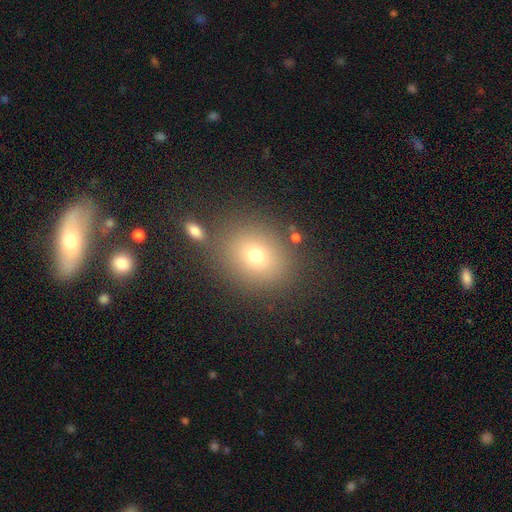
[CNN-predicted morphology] Smooth or featured?
  - smooth: 69% *
  - star or artifact: 18%
  - featured or disk: 12%
How rounded?
  - round: 69% *
  - in between: 30%
  - cigar-shaped: 1%
Merging?
  - none: 79% *
  - minor disturbance: 9%
  - merger: 7%
  - major disturbance: 4%